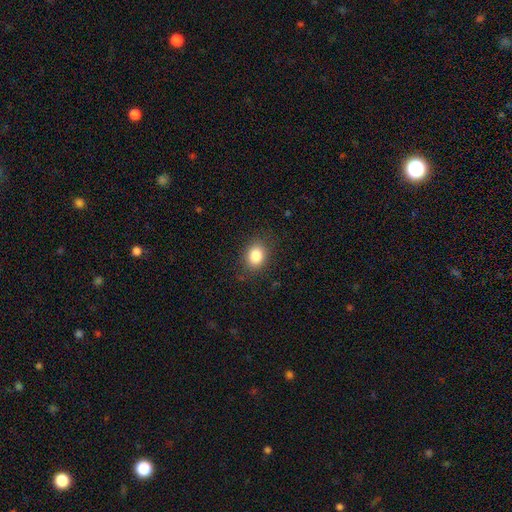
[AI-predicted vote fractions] A smooth galaxy with no disk features (84%) that is in between round and cigar-shaped (54%). Merging: none (84%).